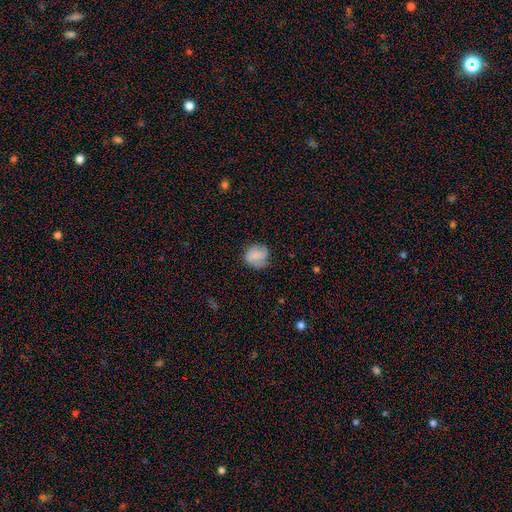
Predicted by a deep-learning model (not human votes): smooth_or_featured: smooth (p=0.68) [alt: featured or disk p=0.23]
how_rounded: round (p=0.78) [alt: in between p=0.21]
merging: none (p=0.66) [alt: minor disturbance p=0.24]